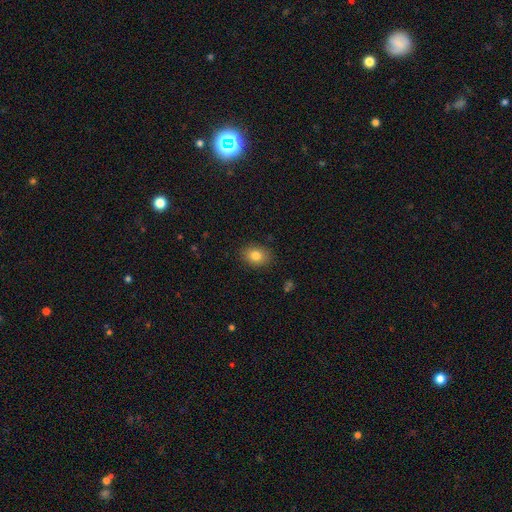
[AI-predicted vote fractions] This is clearly a smooth galaxy (82%). How rounded: likely in between (61%). Merging: clearly none (88%).